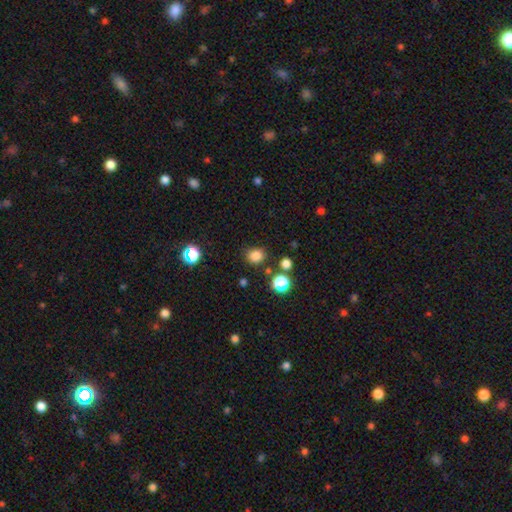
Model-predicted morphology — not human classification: This is clearly a smooth galaxy (81%). How rounded: likely round (78%). Merging: clearly none (81%).